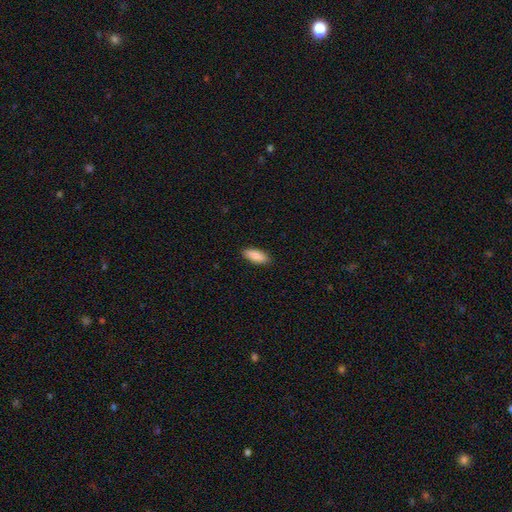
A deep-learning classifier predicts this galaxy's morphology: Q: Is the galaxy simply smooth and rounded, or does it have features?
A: smooth — 88%.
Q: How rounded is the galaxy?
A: in between — 81%.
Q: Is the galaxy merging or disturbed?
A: none — 89%.